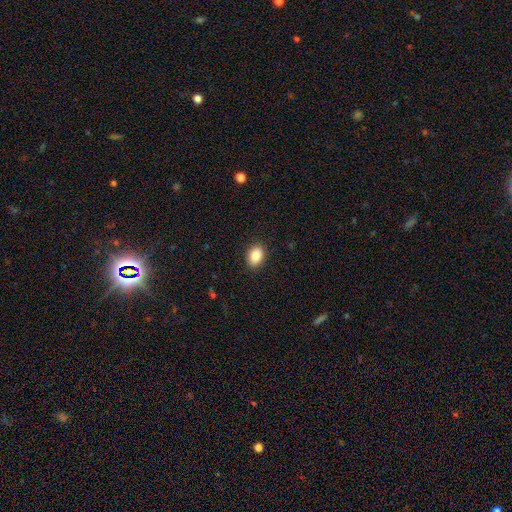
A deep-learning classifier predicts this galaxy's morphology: A smooth galaxy with no disk features (87%) that is in between round and cigar-shaped (78%).

Vote fractions:
- Smooth or featured? smooth: 87% / star or artifact: 8% / featured or disk: 5%
- How rounded? in between: 78% / round: 21% / cigar-shaped: 1%
- Merging? none: 90% / minor disturbance: 7% / major disturbance: 2% / merger: 1%